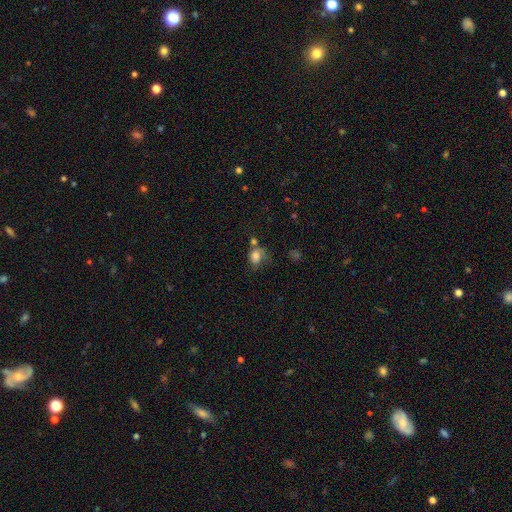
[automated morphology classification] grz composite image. It shows a smooth galaxy with no disk features (72%) that is in between round and cigar-shaped (51%). Merging: none (34%).